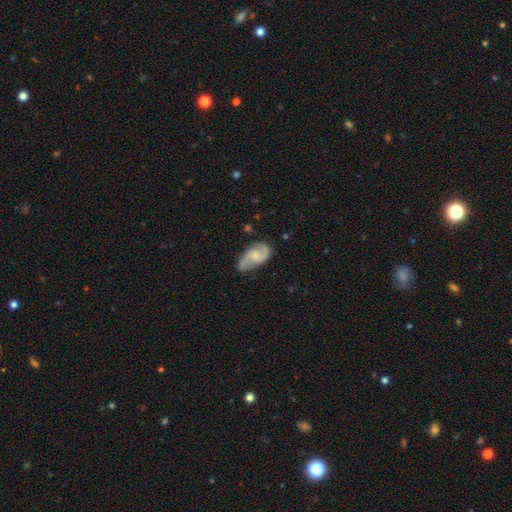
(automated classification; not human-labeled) smooth-or-featured: featured or disk: 77% | smooth: 17% | star or artifact: 5%
  disk-edge-on: no: 97% | yes: 3%
    bar: no: 53% | weak: 41% | strong: 6%
    has-spiral-arms: yes: 95% | no: 5%
      spiral-winding: medium: 49% | loose: 34% | tight: 18%
      spiral-arm-count: 2: 90% | can't tell: 4% | 1: 2% | 3: 1% | 4: 1% | more than 4: 1%
    bulge-size: small: 45% | moderate: 32% | none: 19% | large: 3% | dominant: 1%
  merging: none: 70% | minor disturbance: 22% | major disturbance: 6% | merger: 2%